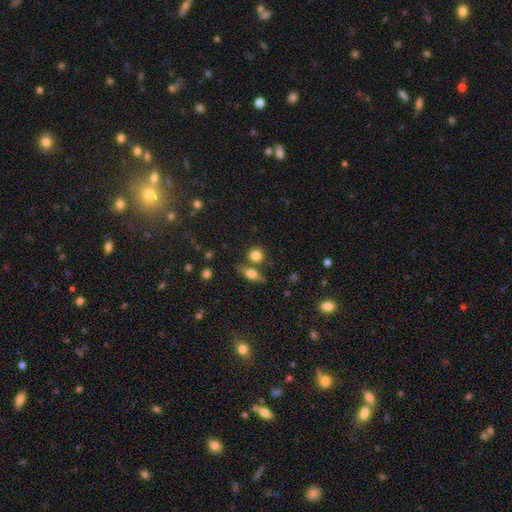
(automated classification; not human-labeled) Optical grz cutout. It shows a smooth galaxy with no disk features (80%) that is round (83%). Merging: none (70%).